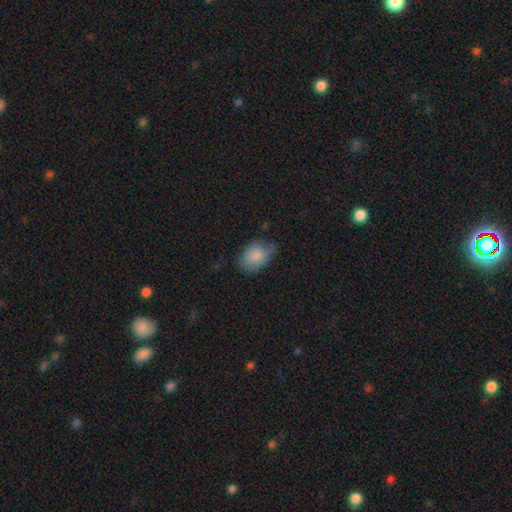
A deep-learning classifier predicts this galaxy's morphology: type=smooth (81%); roundness=in between (79%); merging=none (50%).